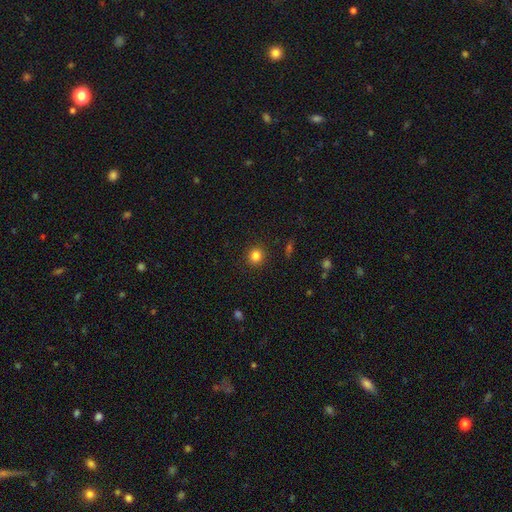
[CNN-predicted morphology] This appears to be a smooth galaxy with no disk features (83%) that is round (90%). Merging: none (91%).